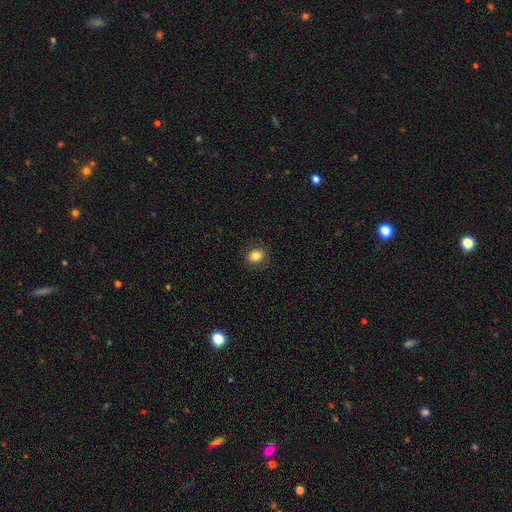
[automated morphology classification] The model was most divided on "how rounded": round: 65%, in between: 34%, cigar-shaped: 1%. More confident: merging — none (86%); smooth or featured — smooth (83%).